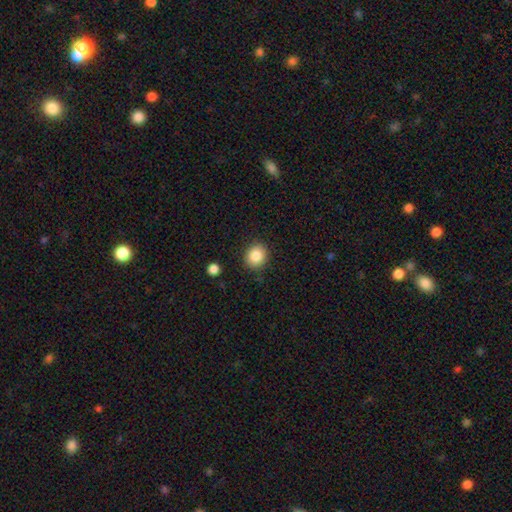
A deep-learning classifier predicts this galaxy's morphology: A smooth galaxy with no disk features (86%) that is round (74%).

Vote fractions:
- Smooth or featured? smooth: 86% / star or artifact: 9% / featured or disk: 5%
- How rounded? round: 74% / in between: 25% / cigar-shaped: 1%
- Merging? none: 88% / minor disturbance: 8% / major disturbance: 2% / merger: 2%